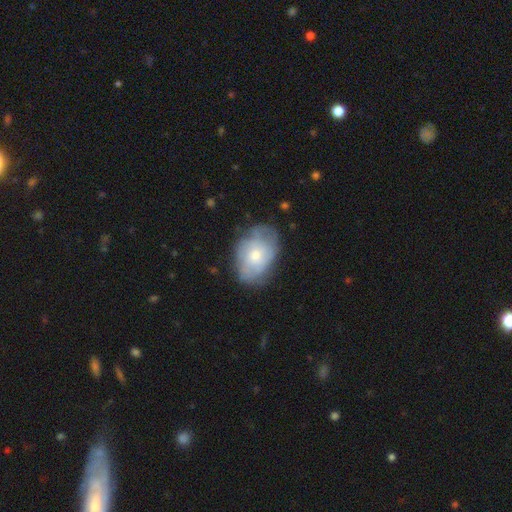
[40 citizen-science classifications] This is possibly a smooth galaxy (57%). How rounded: likely in between (65%). Merging: likely none (78%).